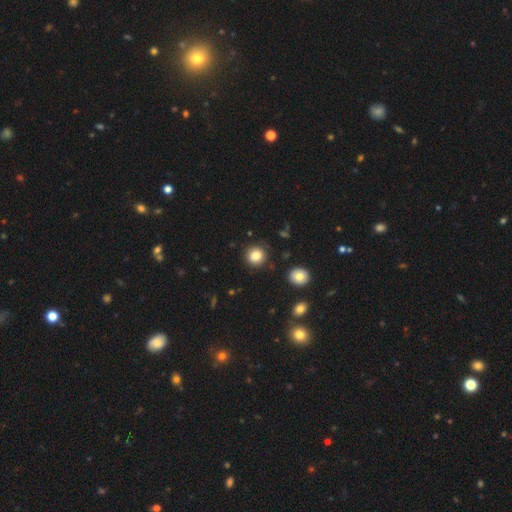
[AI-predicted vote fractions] A smooth galaxy with no disk features (84%) that is round (91%). Merging: none (88%).